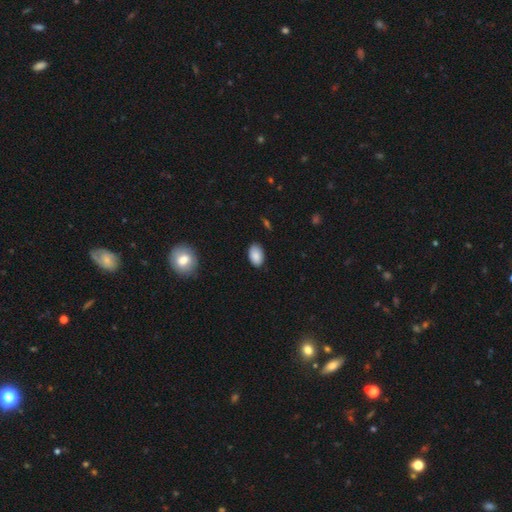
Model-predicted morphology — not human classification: A smooth galaxy with no disk features (87%) that is in between round and cigar-shaped (92%).

Vote fractions:
- Smooth or featured? smooth: 87% / star or artifact: 7% / featured or disk: 6%
- How rounded? in between: 92% / round: 7% / cigar-shaped: 1%
- Merging? none: 85% / minor disturbance: 12% / major disturbance: 2% / merger: 1%